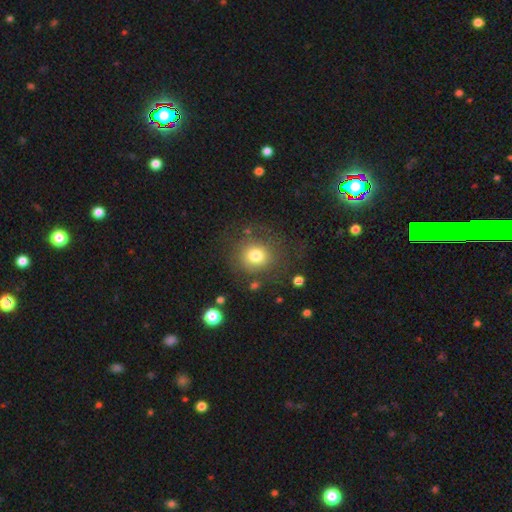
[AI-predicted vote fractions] Smooth or featured?
  - smooth: 76% *
  - star or artifact: 12%
  - featured or disk: 12%
How rounded?
  - round: 87% *
  - in between: 12%
  - cigar-shaped: 1%
Merging?
  - none: 75% *
  - minor disturbance: 13%
  - major disturbance: 9%
  - merger: 3%